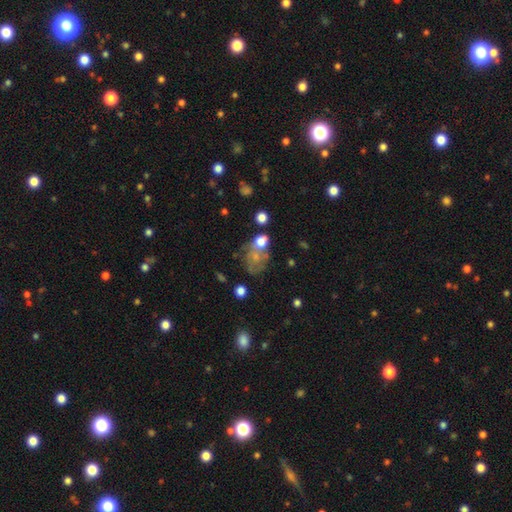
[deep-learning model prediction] Smooth or featured? smooth (48%)
Merging? none (31%)